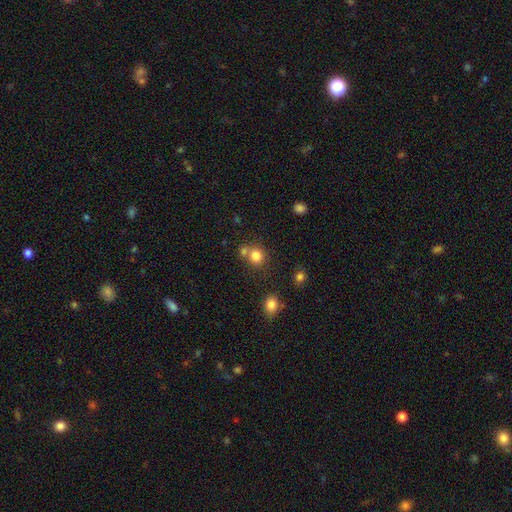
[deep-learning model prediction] A smooth galaxy with no disk features (80%) that is round (81%). Merging: none (56%).